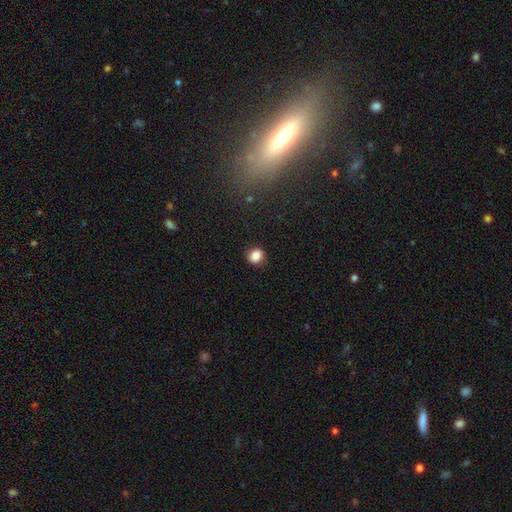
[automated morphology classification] type=smooth (84%); roundness=round (69%); merging=none (85%).